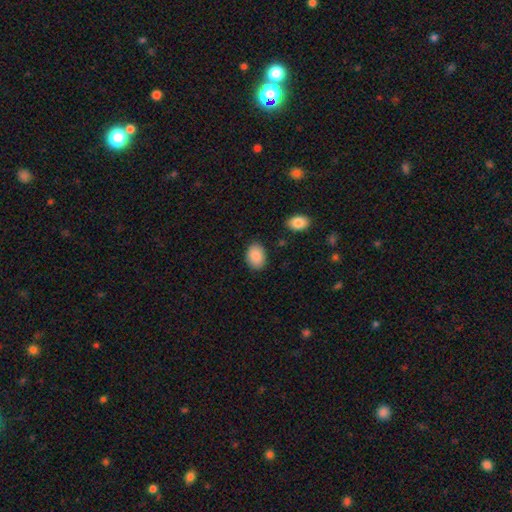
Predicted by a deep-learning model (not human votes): The model was most divided on "how rounded": in between: 80%, round: 19%, cigar-shaped: 1%. More confident: smooth or featured — smooth (89%); merging — none (85%).